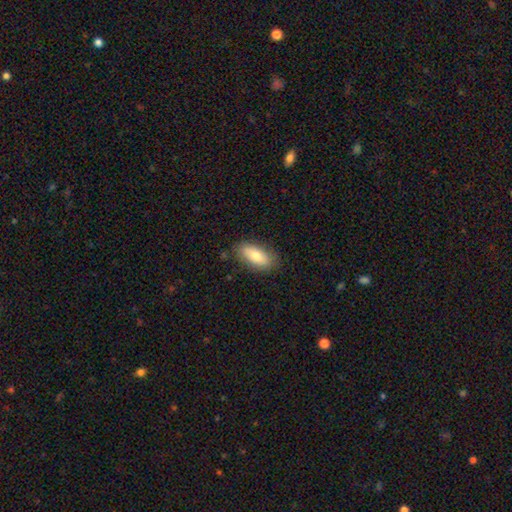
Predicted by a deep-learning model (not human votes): Smooth or featured?
  - smooth: 75% *
  - featured or disk: 18%
  - star or artifact: 7%
How rounded?
  - in between: 85% *
  - cigar-shaped: 11%
  - round: 3%
Merging?
  - none: 83% *
  - minor disturbance: 13%
  - major disturbance: 3%
  - merger: 1%